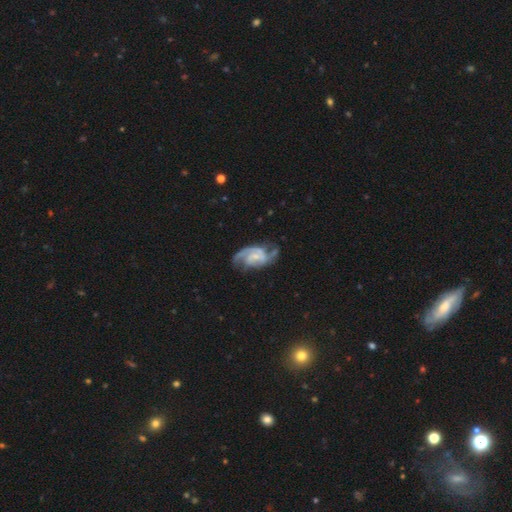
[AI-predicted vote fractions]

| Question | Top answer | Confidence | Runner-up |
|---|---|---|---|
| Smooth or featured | featured or disk | 87% | smooth (8%) |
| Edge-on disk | no | 97% | yes (3%) |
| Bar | no | 47% | weak (43%) |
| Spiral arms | yes | 96% | no (4%) |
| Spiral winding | medium | 52% | tight (26%) |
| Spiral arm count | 2 | 77% | 3 (9%) |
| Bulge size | small | 56% | moderate (21%) |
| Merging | none | 59% | minor disturbance (22%) |